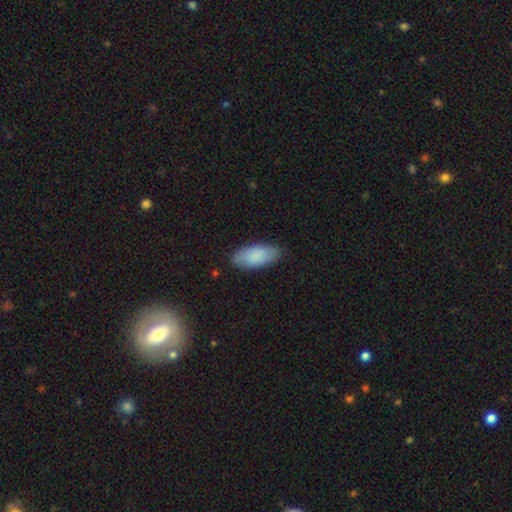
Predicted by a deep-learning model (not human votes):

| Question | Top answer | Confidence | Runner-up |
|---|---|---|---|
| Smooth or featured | smooth | 84% | featured or disk (10%) |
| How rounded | in between | 87% | cigar-shaped (12%) |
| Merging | none | 84% | minor disturbance (13%) |